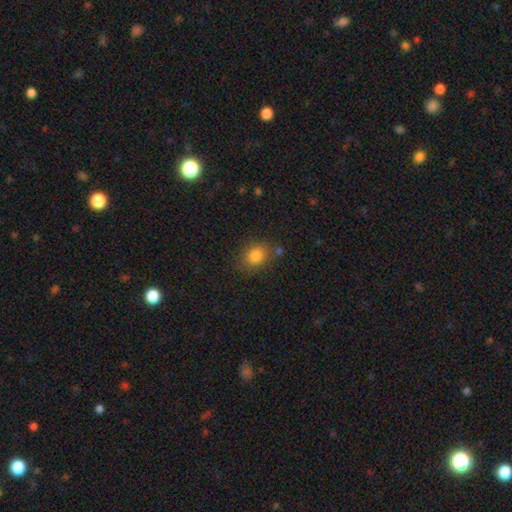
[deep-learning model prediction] smooth_or_featured: smooth (p=0.83) [alt: star or artifact p=0.11]
how_rounded: in between (p=0.55) [alt: round p=0.43]
merging: none (p=0.76) [alt: minor disturbance p=0.15]